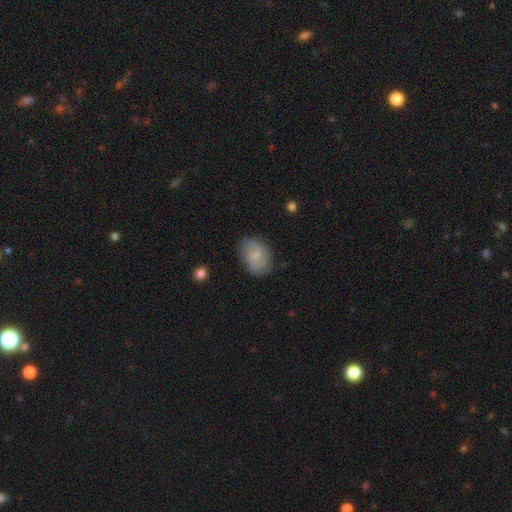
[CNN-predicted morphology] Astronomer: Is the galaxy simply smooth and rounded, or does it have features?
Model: smooth — 50% (runner-up: featured or disk, 42%).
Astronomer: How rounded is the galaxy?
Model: in between — 79%.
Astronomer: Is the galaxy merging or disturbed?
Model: none — 69%.